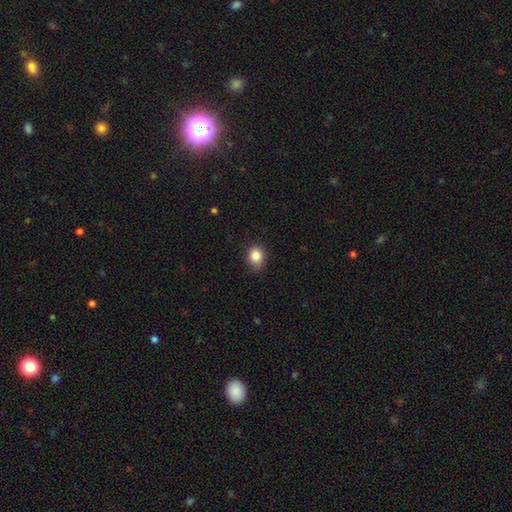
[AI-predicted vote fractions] A smooth galaxy with no disk features (86%) that is round (57%).

Vote fractions:
- Smooth or featured? smooth: 86% / star or artifact: 10% / featured or disk: 5%
- How rounded? round: 57% / in between: 42% / cigar-shaped: 1%
- Merging? none: 73% / minor disturbance: 22% / major disturbance: 4% / merger: 1%